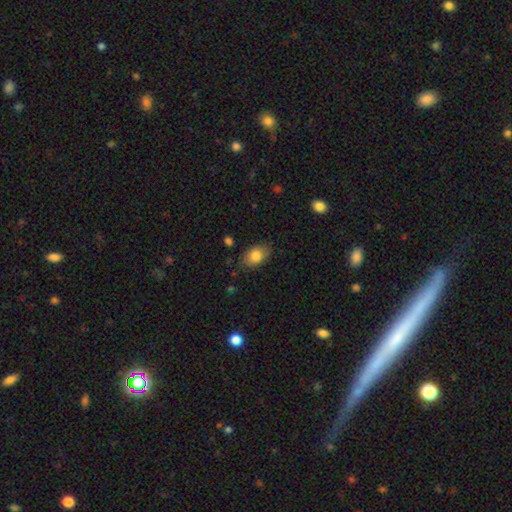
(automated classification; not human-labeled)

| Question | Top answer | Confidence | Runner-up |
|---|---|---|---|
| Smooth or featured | smooth | 82% | featured or disk (10%) |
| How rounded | in between | 85% | round (14%) |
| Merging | none | 80% | minor disturbance (15%) |